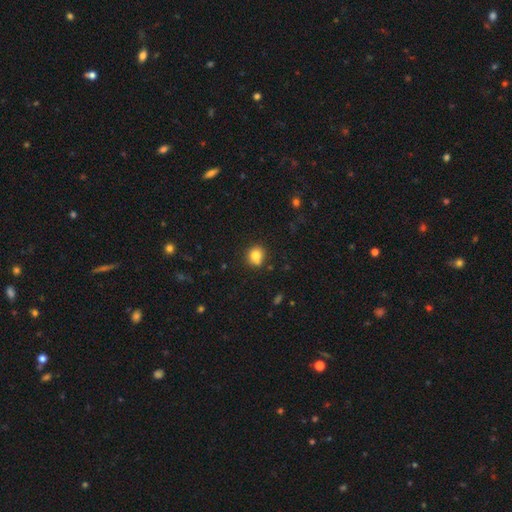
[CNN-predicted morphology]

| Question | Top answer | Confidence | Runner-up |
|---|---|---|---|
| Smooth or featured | smooth | 79% | star or artifact (12%) |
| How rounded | round | 83% | in between (16%) |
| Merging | none | 74% | minor disturbance (15%) |